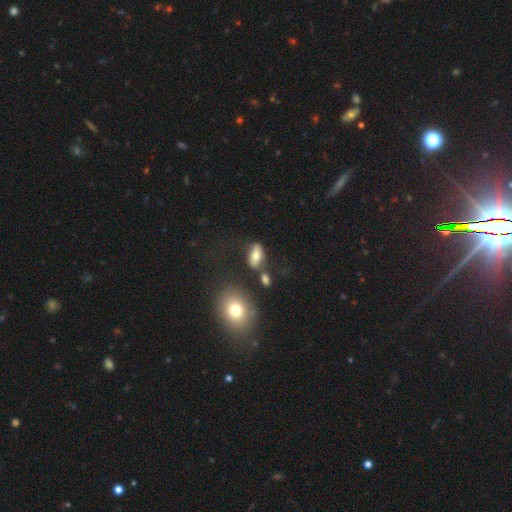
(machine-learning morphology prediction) smooth_or_featured: smooth (p=0.66) [alt: featured or disk p=0.25]
how_rounded: in between (p=0.82) [alt: cigar-shaped p=0.10]
merging: none (p=0.59) [alt: minor disturbance p=0.18]